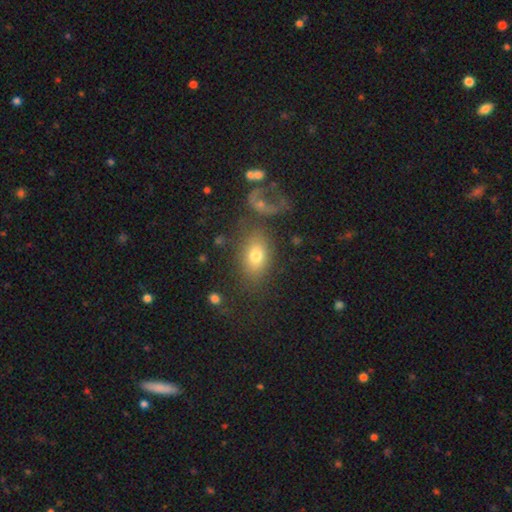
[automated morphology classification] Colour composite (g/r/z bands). It shows a smooth galaxy with no disk features (71%) that is in between round and cigar-shaped (82%). Merging: none (62%).